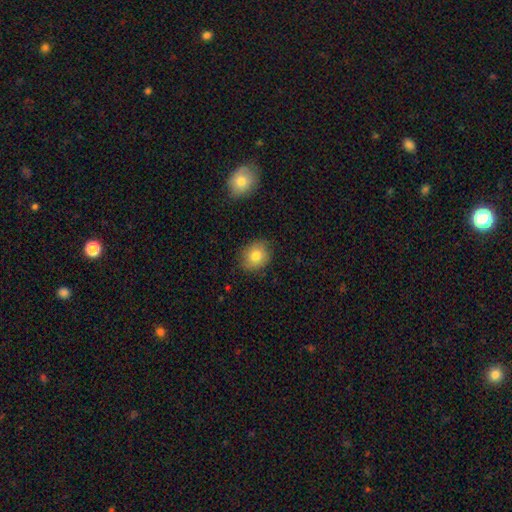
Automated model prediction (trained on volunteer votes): Smooth or featured? smooth (80%)
How rounded? round (65%)
Merging? none (83%)